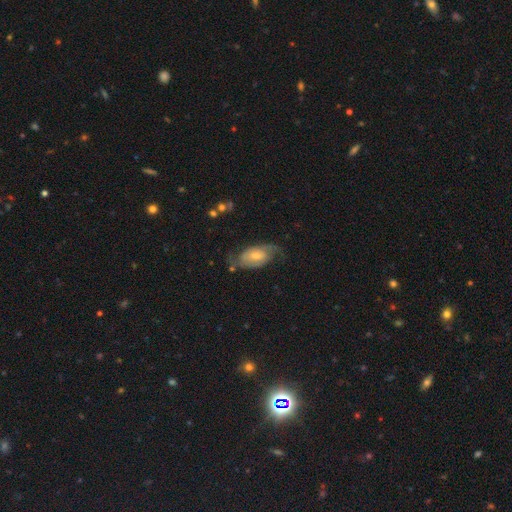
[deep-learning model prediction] smooth_or_featured: featured or disk (p=0.63) [alt: smooth p=0.31]
disk_edge_on: no (p=0.94) [alt: yes p=0.06]
bar: no (p=0.47) [alt: weak p=0.42]
has_spiral_arms: yes (p=0.84) [alt: no p=0.16]
bulge_size: small (p=0.45) [alt: moderate p=0.40]
merging: none (p=0.59) [alt: minor disturbance p=0.24]